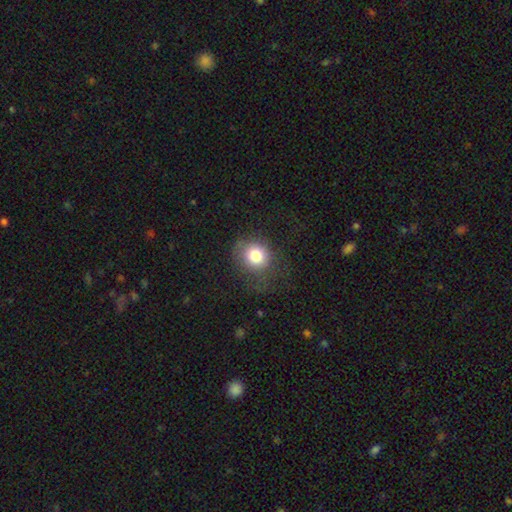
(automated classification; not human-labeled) smooth_or_featured: smooth (p=0.80) [alt: star or artifact p=0.11]
how_rounded: round (p=0.80) [alt: in between p=0.19]
merging: none (p=0.66) [alt: minor disturbance p=0.19]